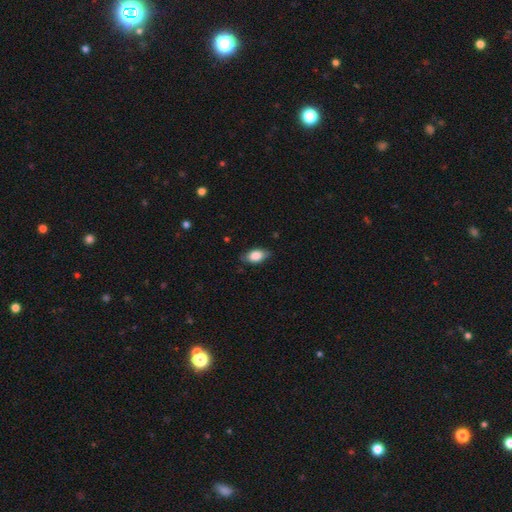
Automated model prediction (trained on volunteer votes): This appears to be a smooth galaxy with no disk features (84%) that is in between round and cigar-shaped (90%). Merging: none (78%).